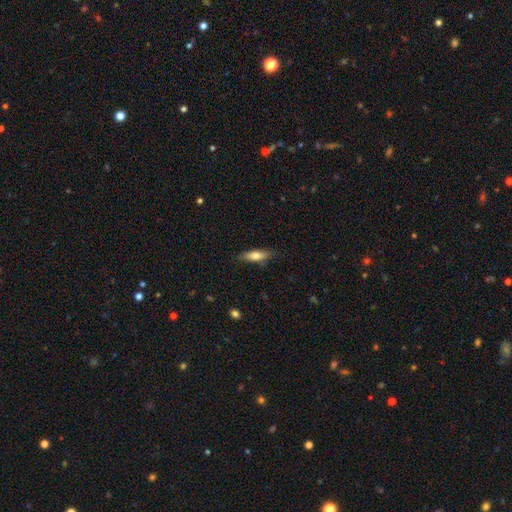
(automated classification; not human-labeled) The model was most divided on "how rounded": cigar-shaped: 52%, in between: 45%, round: 2%. More confident: merging — none (80%); smooth or featured — smooth (68%).